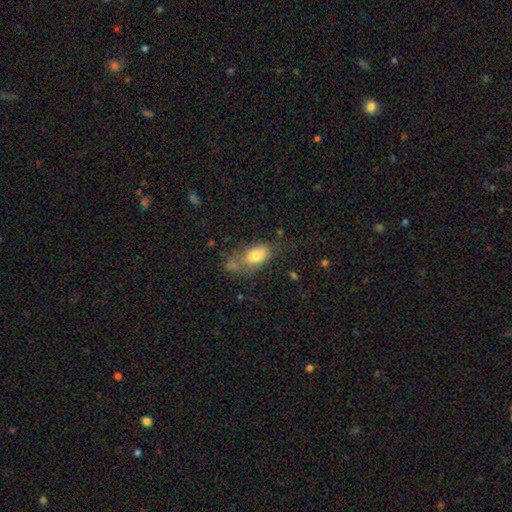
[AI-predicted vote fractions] Smooth or featured: smooth — 75% (featured or disk — 16%)
How rounded: in between — 86% (round — 11%)
Merging: none — 36% (minor disturbance — 26%)